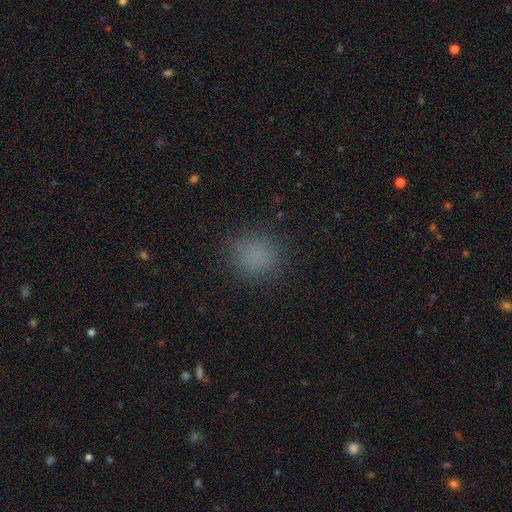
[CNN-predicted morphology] type=smooth (80%); roundness=round (83%); merging=none (86%).